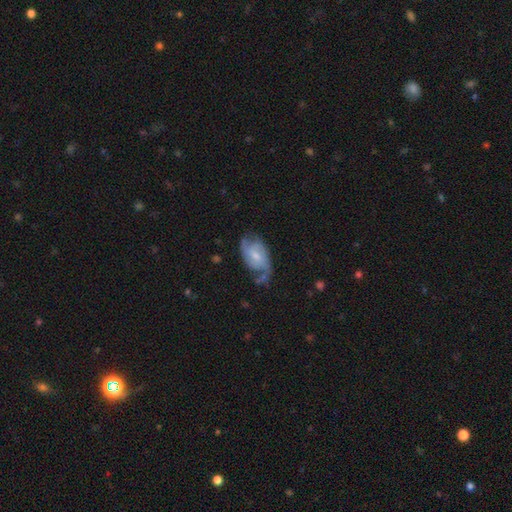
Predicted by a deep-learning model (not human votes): The model was most divided on "bulge size": moderate: 46%, small: 45%, none: 5%, large: 4%, dominant: 1%. Remaining: edge-on disk — no (96%); spiral arms — yes (89%); smooth or featured — featured or disk (70%); spiral arm count — 2 (67%); bar — weak (48%); merging — none (48%); spiral winding — medium (45%).